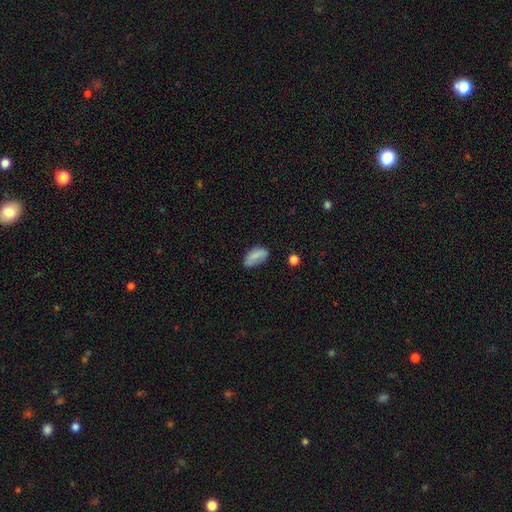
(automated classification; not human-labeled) smooth_or_featured: smooth (p=0.80) [alt: featured or disk p=0.12]
how_rounded: in between (p=0.92) [alt: cigar-shaped p=0.04]
merging: none (p=0.63) [alt: minor disturbance p=0.27]